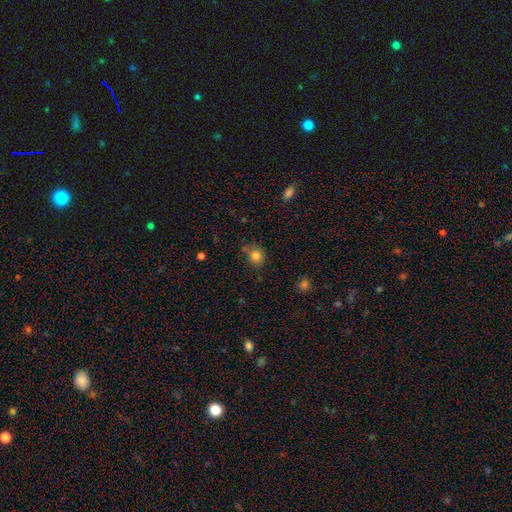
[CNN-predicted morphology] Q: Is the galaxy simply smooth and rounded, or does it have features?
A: smooth — 82%.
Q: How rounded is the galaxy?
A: round — 76%.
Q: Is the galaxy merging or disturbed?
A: none — 70%.